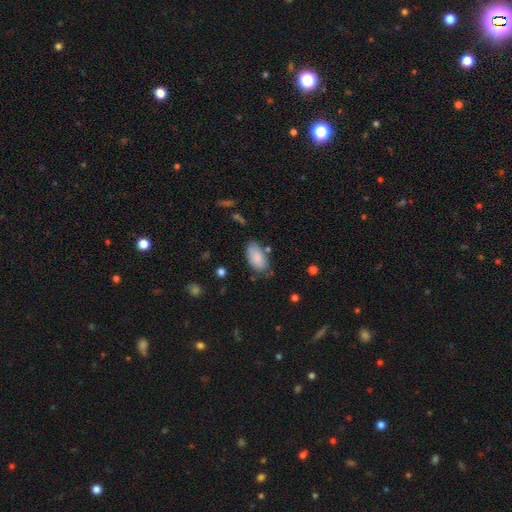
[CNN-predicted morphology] Smooth or featured: smooth — 84% (featured or disk — 9%)
How rounded: in between — 94% (cigar-shaped — 3%)
Merging: none — 65% (minor disturbance — 25%)